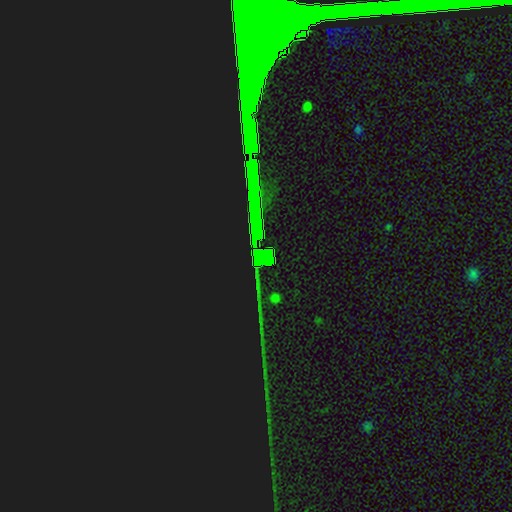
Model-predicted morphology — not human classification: Overall: star or artifact (82%).